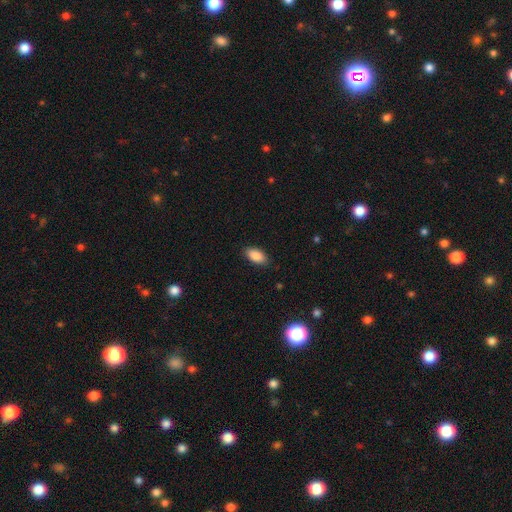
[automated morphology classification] type=smooth (87%); roundness=in between (93%); merging=none (88%).